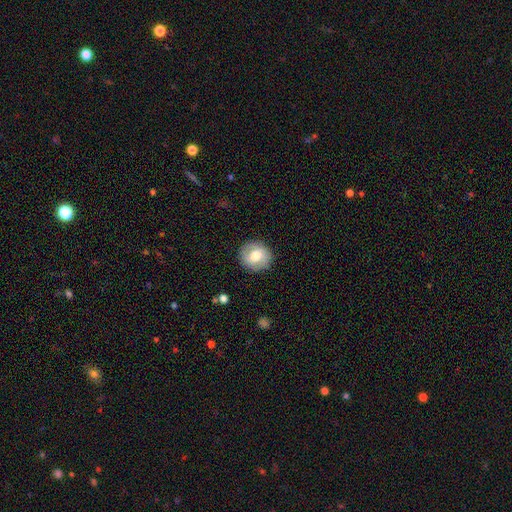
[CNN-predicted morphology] This appears to be a smooth galaxy with no disk features (61%) that is round (87%). Merging: none (87%).